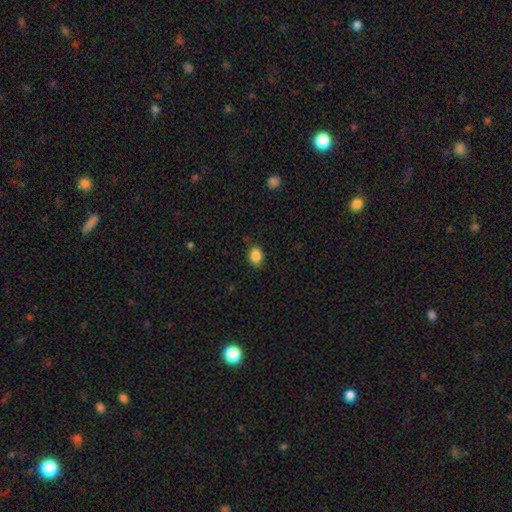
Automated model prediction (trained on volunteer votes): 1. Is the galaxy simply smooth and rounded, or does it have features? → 86% smooth, 9% star or artifact, 5% featured or disk.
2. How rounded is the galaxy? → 59% in between, 40% round, 1% cigar-shaped.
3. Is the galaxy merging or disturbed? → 84% none, 12% minor disturbance, 3% major disturbance, 2% merger.